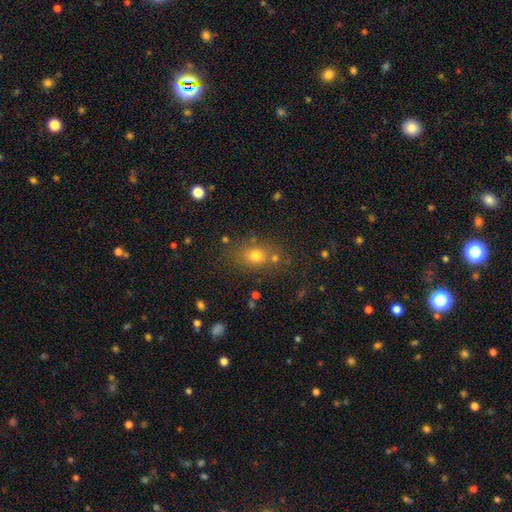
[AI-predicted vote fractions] This appears to be a smooth galaxy with no disk features (72%) that is in between round and cigar-shaped (51%). Merging: none (69%).